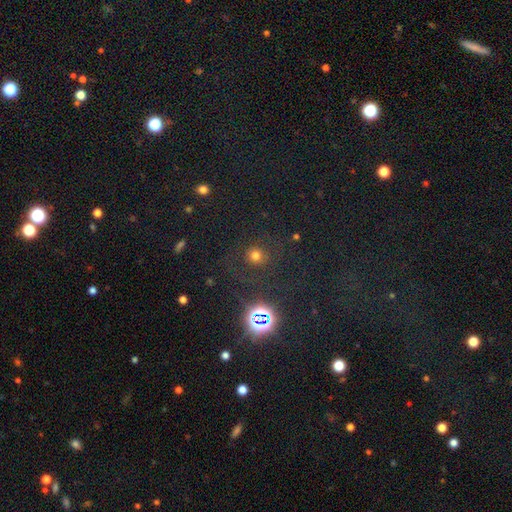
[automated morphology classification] Q: Smooth or featured?
A: smooth (64%); runner-up: star or artifact (26%)
Q: How rounded?
A: round (90%); runner-up: in between (9%)
Q: Merging?
A: none (80%); runner-up: minor disturbance (10%)